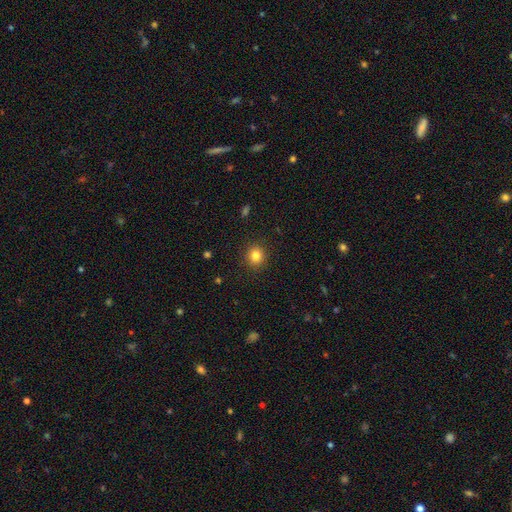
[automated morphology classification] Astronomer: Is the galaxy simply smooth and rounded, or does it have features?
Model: smooth — 83%.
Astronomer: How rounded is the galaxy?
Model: round — 88%.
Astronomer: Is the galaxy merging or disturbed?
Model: none — 91%.